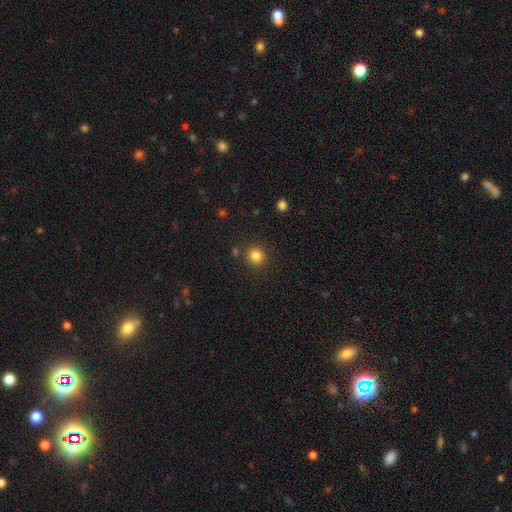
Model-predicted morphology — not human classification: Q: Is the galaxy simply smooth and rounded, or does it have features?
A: smooth — 83%.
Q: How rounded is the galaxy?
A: round — 92%.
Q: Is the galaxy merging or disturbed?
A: none — 86%.